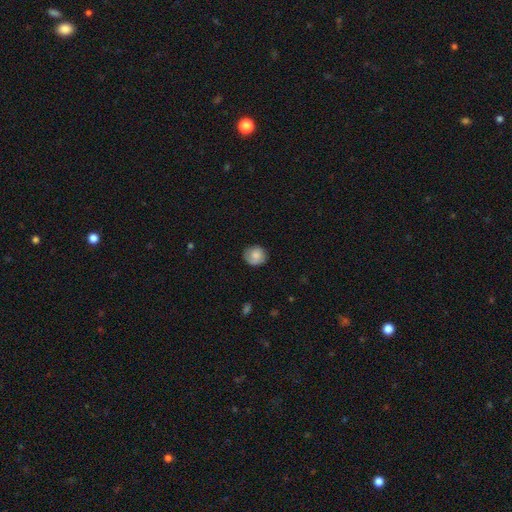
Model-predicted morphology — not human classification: smooth 76%, featured or disk 16%, star or artifact 7%. Down the decision tree: how rounded — round (83%); merging — none (78%).